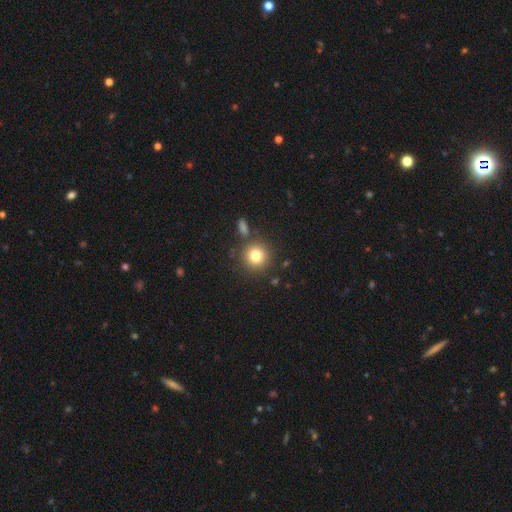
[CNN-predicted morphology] A smooth galaxy with no disk features (80%) that is round (93%). Merging: none (82%).